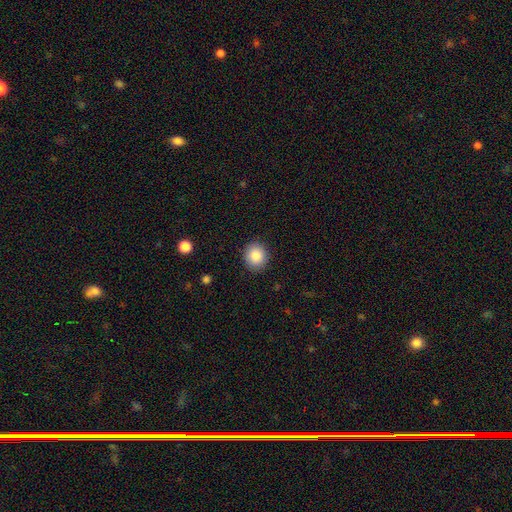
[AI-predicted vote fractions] This appears to be a smooth galaxy with no disk features (86%) that is round (81%). Merging: none (90%).